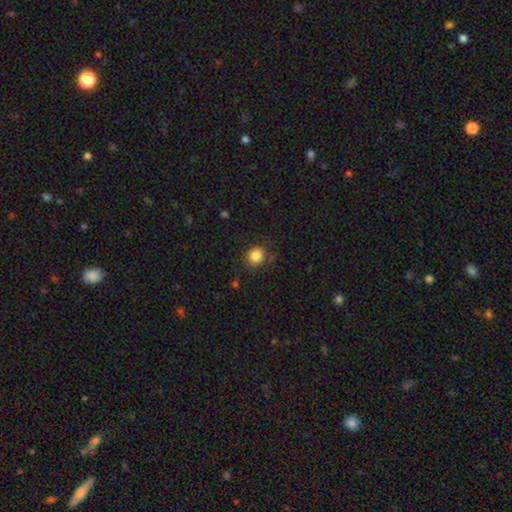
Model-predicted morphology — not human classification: type=smooth (84%); roundness=round (75%); merging=none (81%).